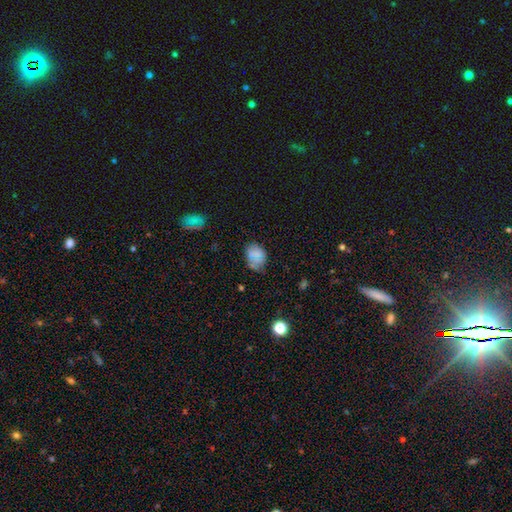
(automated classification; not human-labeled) This is likely a smooth galaxy (70%). How rounded: likely in between (69%). Merging: likely none (63%).